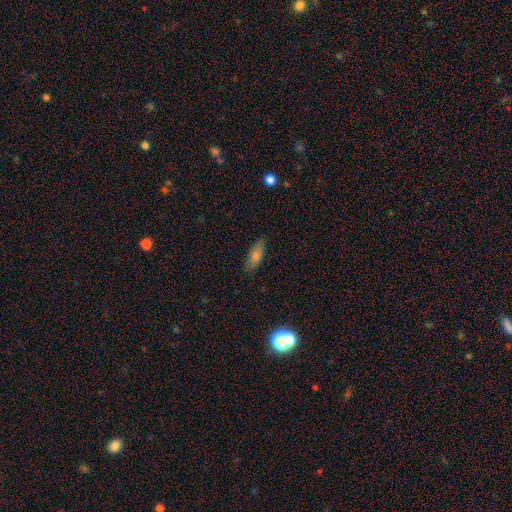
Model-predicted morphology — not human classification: Smooth or featured? smooth (66%)
How rounded? in between (60%)
Merging? none (85%)